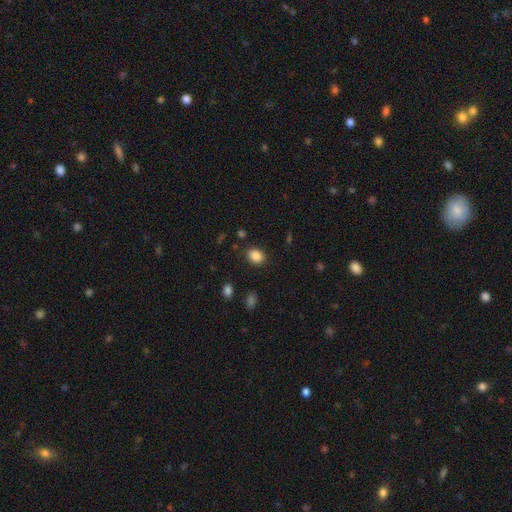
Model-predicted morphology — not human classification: type=smooth (87%); roundness=in between (59%); merging=none (85%).